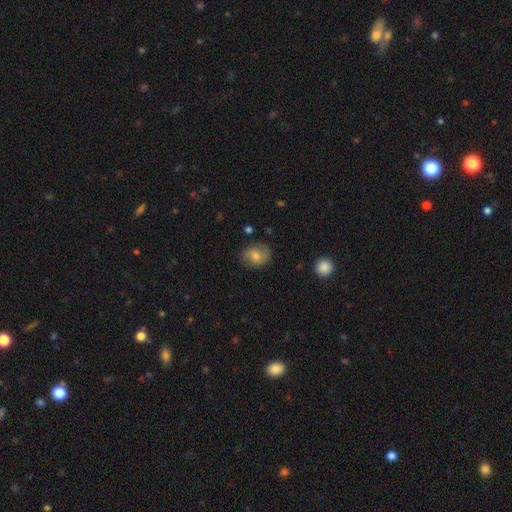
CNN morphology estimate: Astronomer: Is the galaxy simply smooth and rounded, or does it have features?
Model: smooth — 59%.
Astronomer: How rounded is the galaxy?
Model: round — 70%.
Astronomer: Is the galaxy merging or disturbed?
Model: none — 77%.